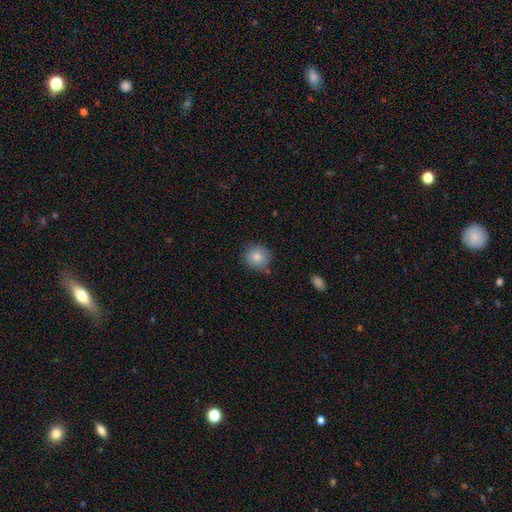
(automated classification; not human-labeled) Smooth or featured? smooth (78%)
How rounded? round (91%)
Merging? none (84%)